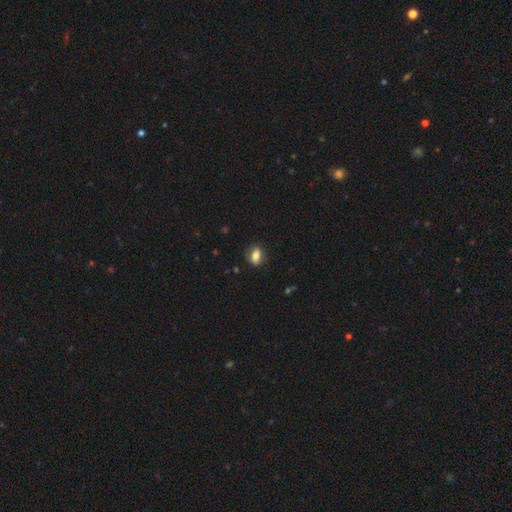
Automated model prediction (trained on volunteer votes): A smooth galaxy with no disk features (75%) that is in between round and cigar-shaped (73%).

Vote fractions:
- Smooth or featured? smooth: 75% / featured or disk: 16% / star or artifact: 8%
- How rounded? in between: 73% / round: 23% / cigar-shaped: 4%
- Merging? none: 82% / minor disturbance: 13% / major disturbance: 3% / merger: 1%